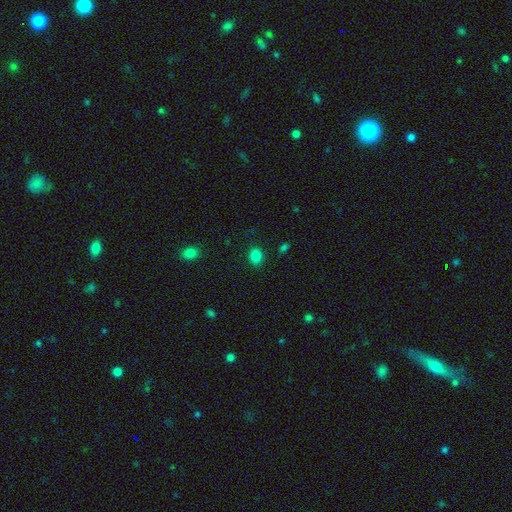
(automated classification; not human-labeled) Smooth or featured? Predicted: smooth (p=0.84). How rounded? Predicted: in between (p=0.58). Merging? Predicted: none (p=0.85).